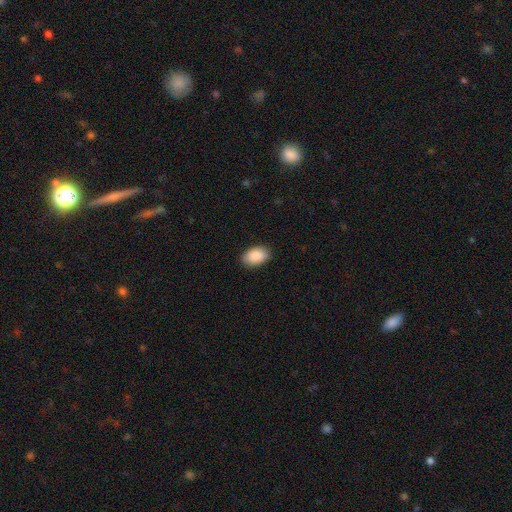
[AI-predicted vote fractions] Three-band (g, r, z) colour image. It shows a smooth galaxy with no disk features (91%) that is in between round and cigar-shaped (92%). Merging: none (87%).